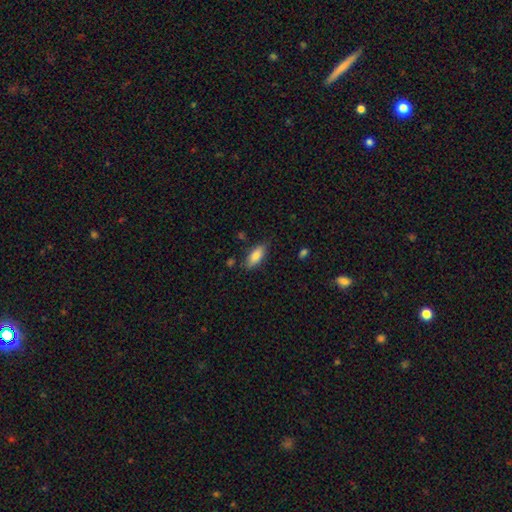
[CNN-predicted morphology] Overall: smooth (82%). How rounded: in between (79%). Merging: none (81%).